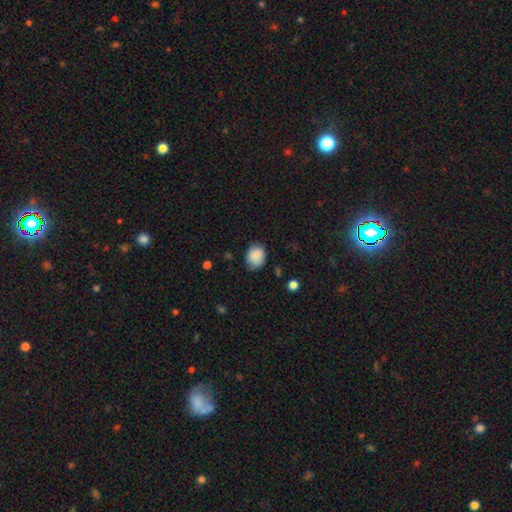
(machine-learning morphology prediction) Smooth or featured?
  - smooth: 86% *
  - star or artifact: 8%
  - featured or disk: 6%
How rounded?
  - round: 53% *
  - in between: 46%
  - cigar-shaped: 1%
Merging?
  - none: 70% *
  - minor disturbance: 23%
  - major disturbance: 5%
  - merger: 2%